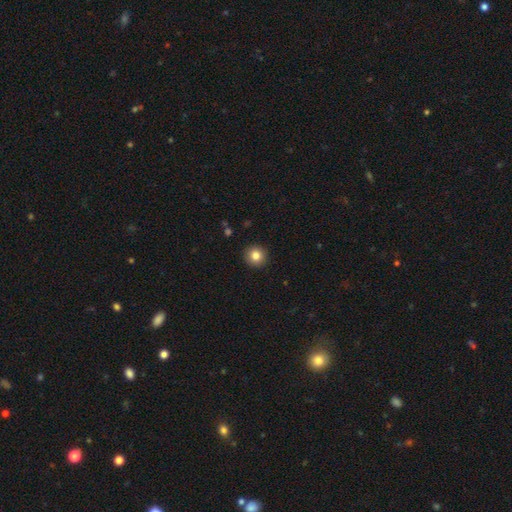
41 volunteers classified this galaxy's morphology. This is clearly a smooth galaxy (95%). How rounded: clearly round (92%). Merging: clearly none (98%).